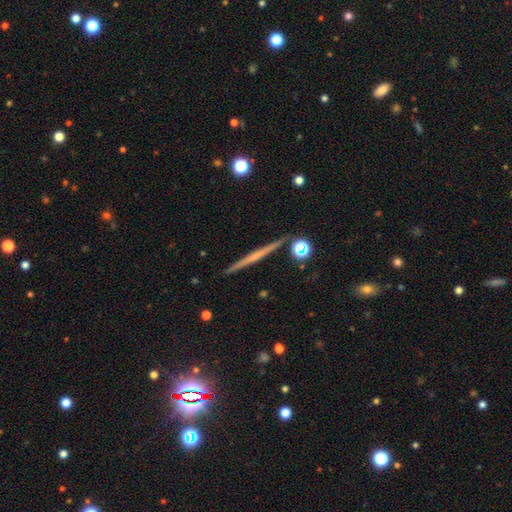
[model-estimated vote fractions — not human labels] Smooth or featured?
  - featured or disk: 67% *
  - smooth: 26%
  - star or artifact: 7%
Edge-on disk?
  - yes: 98% *
  - no: 2%
Edge-on bulge?
  - none: 61% *
  - rounded: 31%
  - boxy: 8%
Merging?
  - none: 92% *
  - minor disturbance: 5%
  - merger: 2%
  - major disturbance: 1%